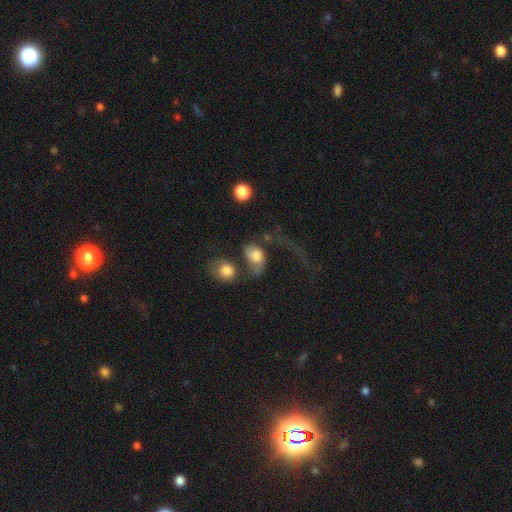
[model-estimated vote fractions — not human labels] This appears to be a smooth galaxy with no disk features (61%) that is in between round and cigar-shaped (73%). Merging: merger (37%).